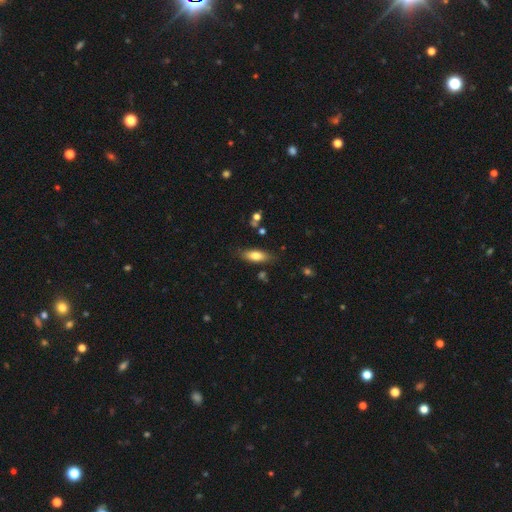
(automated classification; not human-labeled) Smooth or featured: smooth — 75% (featured or disk — 18%)
How rounded: in between — 71% (cigar-shaped — 26%)
Merging: none — 79% (minor disturbance — 14%)